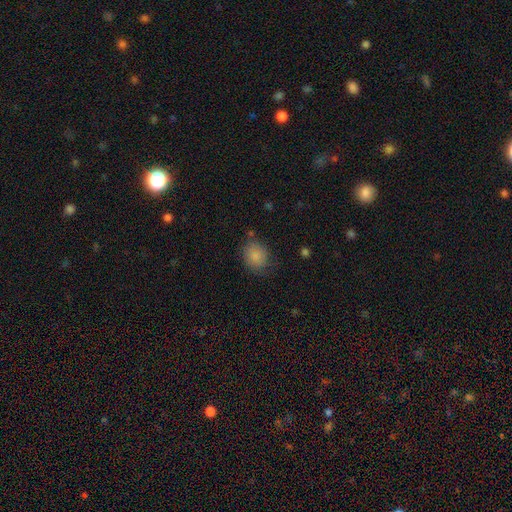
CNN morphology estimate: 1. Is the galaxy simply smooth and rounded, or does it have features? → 86% smooth, 9% star or artifact, 6% featured or disk.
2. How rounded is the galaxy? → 58% round, 41% in between, 1% cigar-shaped.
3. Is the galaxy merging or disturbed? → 73% none, 19% minor disturbance, 5% major disturbance, 3% merger.